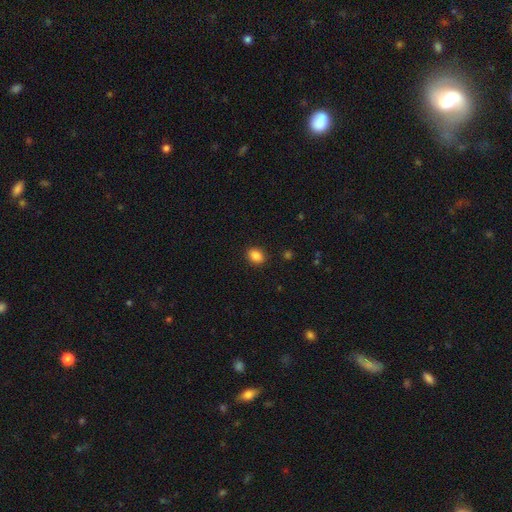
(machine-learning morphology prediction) type=smooth (87%); roundness=in between (57%); merging=none (90%).